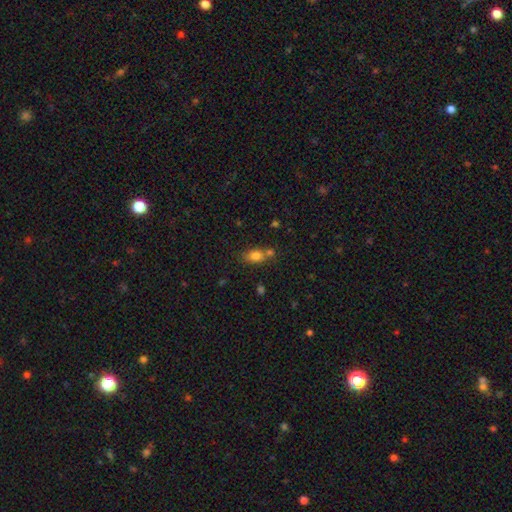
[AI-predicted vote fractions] Smooth or featured?
  - smooth: 79% *
  - star or artifact: 11%
  - featured or disk: 10%
How rounded?
  - in between: 74% *
  - round: 21%
  - cigar-shaped: 5%
Merging?
  - none: 54% *
  - merger: 26%
  - minor disturbance: 15%
  - major disturbance: 5%